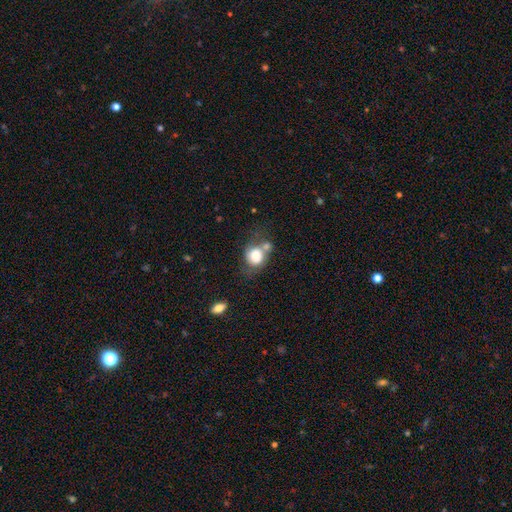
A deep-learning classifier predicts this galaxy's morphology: Smooth or featured? smooth (77%)
How rounded? round (63%)
Merging? none (38%)